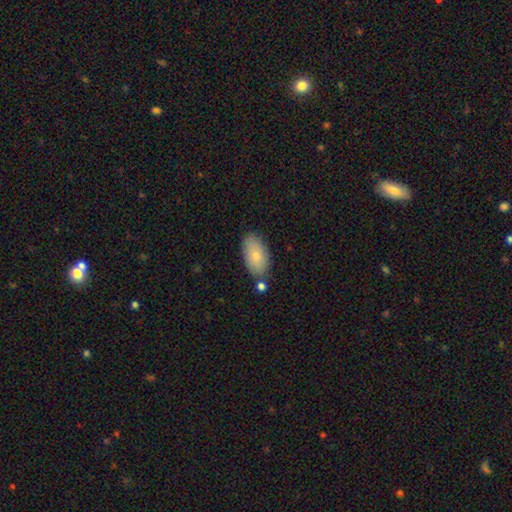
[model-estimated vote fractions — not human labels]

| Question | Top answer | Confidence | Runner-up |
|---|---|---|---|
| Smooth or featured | smooth | 80% | featured or disk (14%) |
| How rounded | in between | 94% | round (3%) |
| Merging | none | 76% | minor disturbance (15%) |